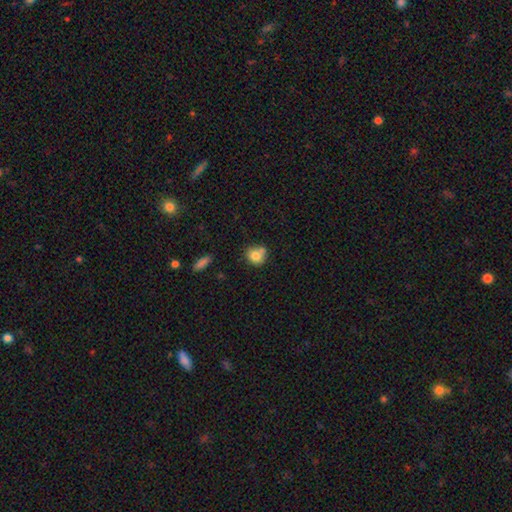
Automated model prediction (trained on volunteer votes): This is likely a smooth galaxy (78%). How rounded: likely round (73%). Merging: possibly none (49%).